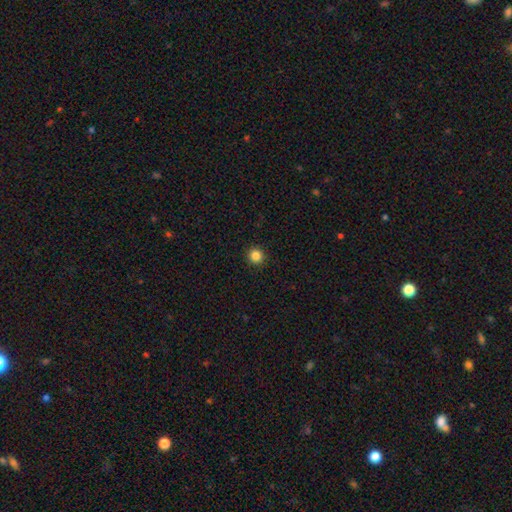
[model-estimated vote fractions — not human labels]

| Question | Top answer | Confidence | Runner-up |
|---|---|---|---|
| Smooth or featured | smooth | 85% | star or artifact (12%) |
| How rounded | round | 95% | in between (4%) |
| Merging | none | 93% | minor disturbance (4%) |